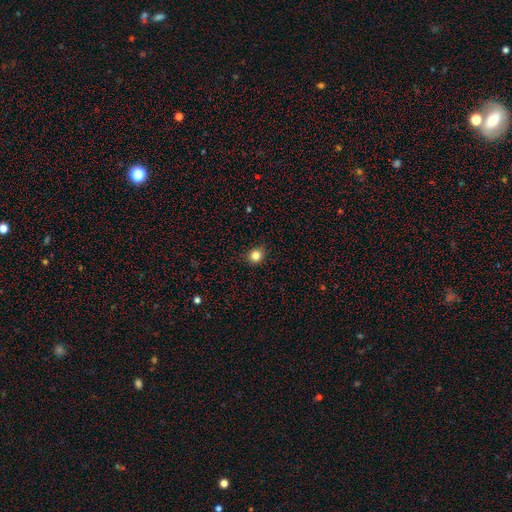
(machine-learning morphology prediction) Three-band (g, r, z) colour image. It shows a smooth galaxy with no disk features (84%) that is round (83%). Merging: none (87%).